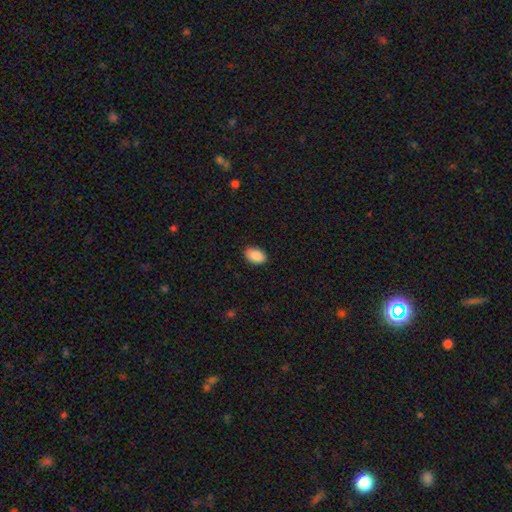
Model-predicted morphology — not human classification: A smooth galaxy with no disk features (90%) that is in between round and cigar-shaped (92%).

Vote fractions:
- Smooth or featured? smooth: 90% / star or artifact: 7% / featured or disk: 3%
- How rounded? in between: 92% / round: 7% / cigar-shaped: 1%
- Merging? none: 87% / minor disturbance: 10% / major disturbance: 2% / merger: 1%